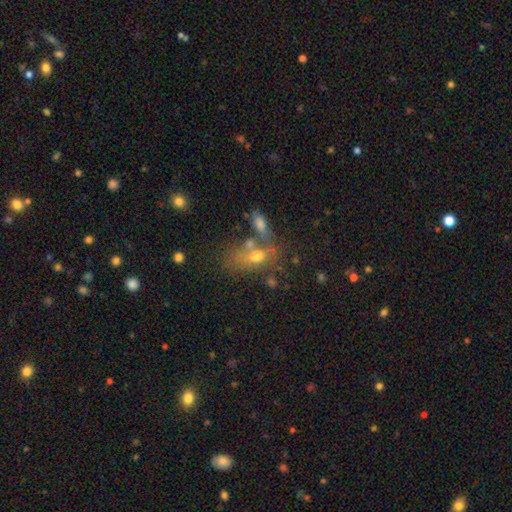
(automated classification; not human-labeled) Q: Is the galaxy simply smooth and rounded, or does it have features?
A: smooth — 61%.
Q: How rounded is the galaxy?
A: in between — 76%.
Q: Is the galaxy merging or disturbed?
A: merger — 37%.